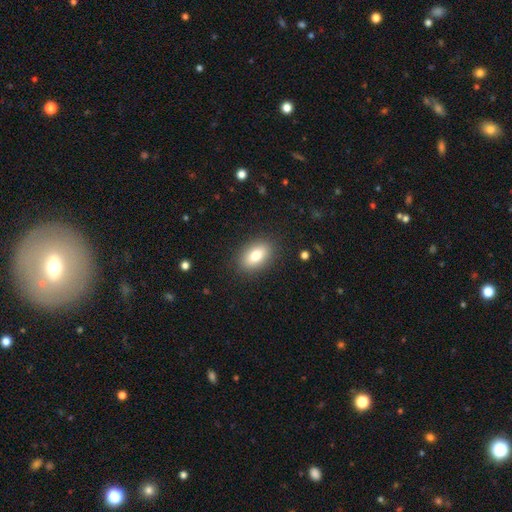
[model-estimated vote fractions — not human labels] Morphology: type=smooth (79%); roundness=in between (87%); merging=none (87%).